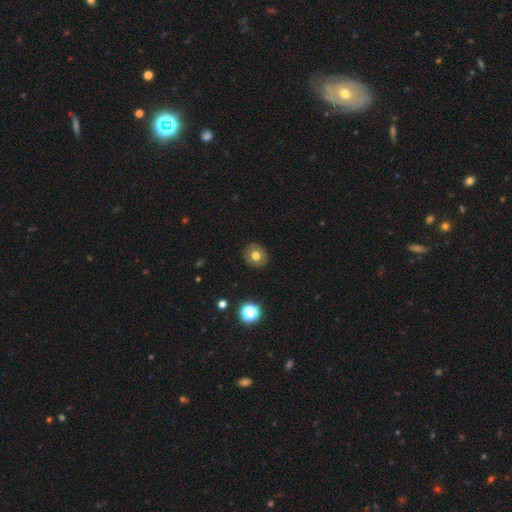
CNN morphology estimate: This is likely a smooth galaxy (72%). How rounded: clearly round (83%). Merging: clearly none (88%).